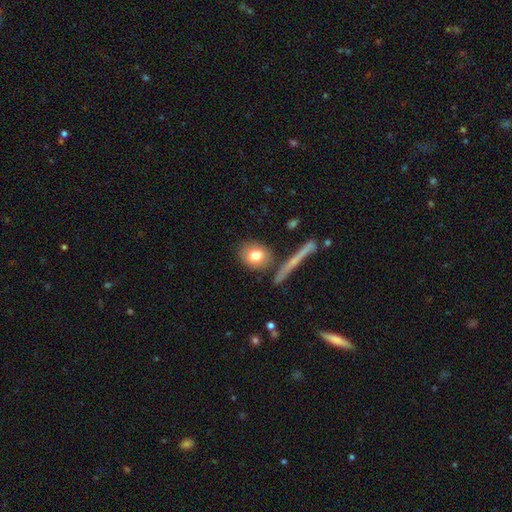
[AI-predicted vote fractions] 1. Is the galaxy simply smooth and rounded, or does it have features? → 77% smooth, 15% featured or disk, 8% star or artifact.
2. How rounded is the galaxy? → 61% round, 34% in between, 5% cigar-shaped.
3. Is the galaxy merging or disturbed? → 78% none, 11% minor disturbance, 8% merger, 4% major disturbance.